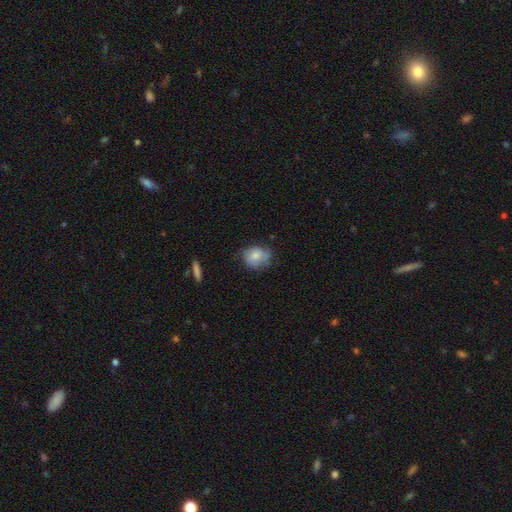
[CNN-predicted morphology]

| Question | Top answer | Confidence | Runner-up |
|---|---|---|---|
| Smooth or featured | smooth | 74% | featured or disk (19%) |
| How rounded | round | 55% | in between (44%) |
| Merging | none | 59% | minor disturbance (30%) |